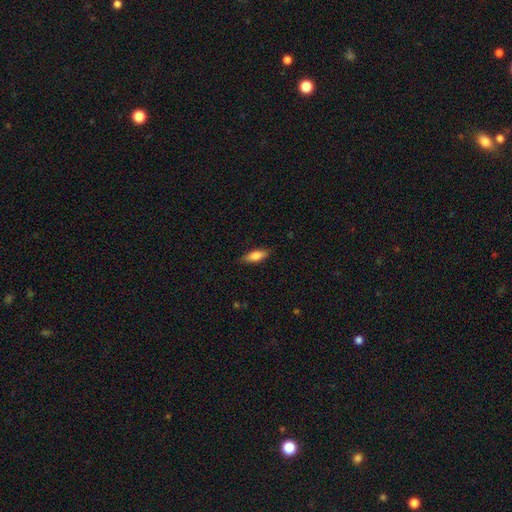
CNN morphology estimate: The model was most divided on "how rounded": in between: 67%, cigar-shaped: 31%, round: 2%. More confident: merging — none (84%); smooth or featured — smooth (79%).